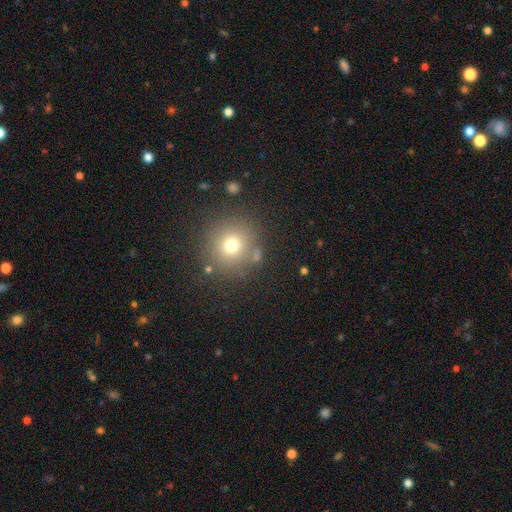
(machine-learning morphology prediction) Overall: smooth (70%). How rounded: round (93%). Merging: none (83%).